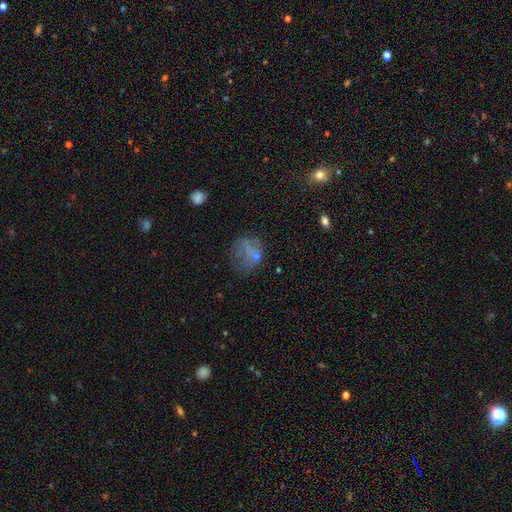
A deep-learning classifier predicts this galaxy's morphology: Overall: smooth (55%; featured or disk 28%). How rounded: round (55%; in between 43%). Merging: none (37%; major disturbance 34%).